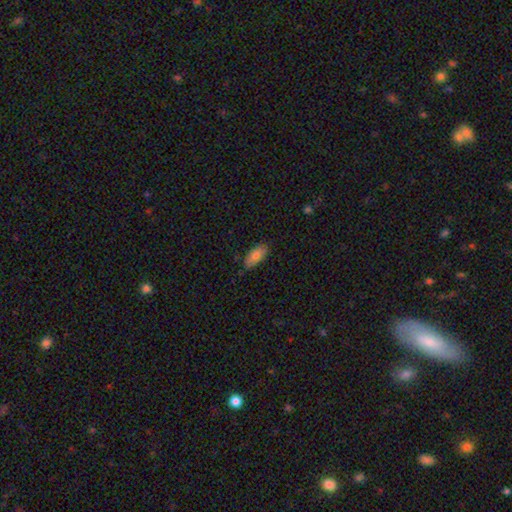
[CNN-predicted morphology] Q: Smooth or featured?
A: smooth (79%); runner-up: featured or disk (14%)
Q: How rounded?
A: in between (87%); runner-up: cigar-shaped (11%)
Q: Merging?
A: none (80%); runner-up: minor disturbance (16%)